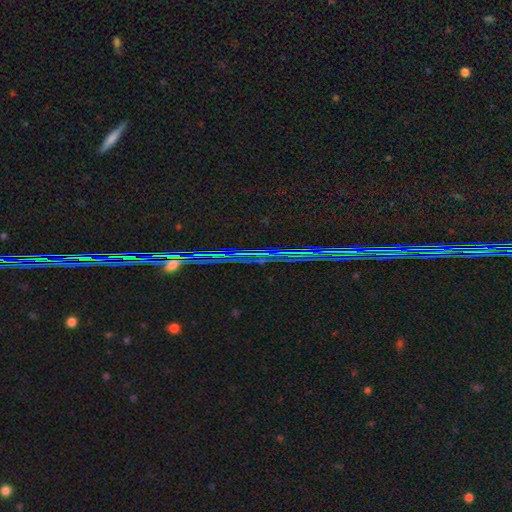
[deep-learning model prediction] star or artifact 87%, featured or disk 7%, smooth 6%.